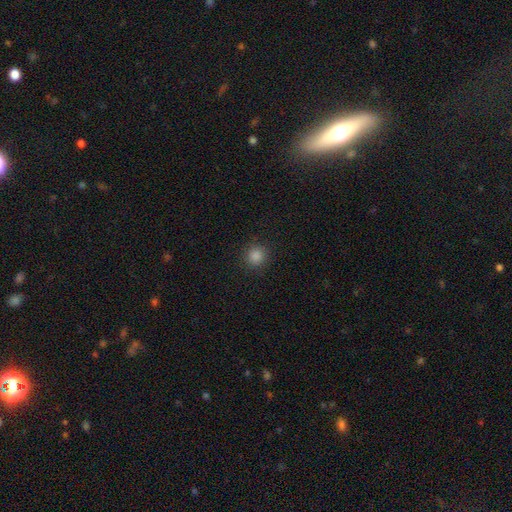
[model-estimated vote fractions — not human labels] Smooth or featured? smooth (83%)
How rounded? round (94%)
Merging? none (91%)